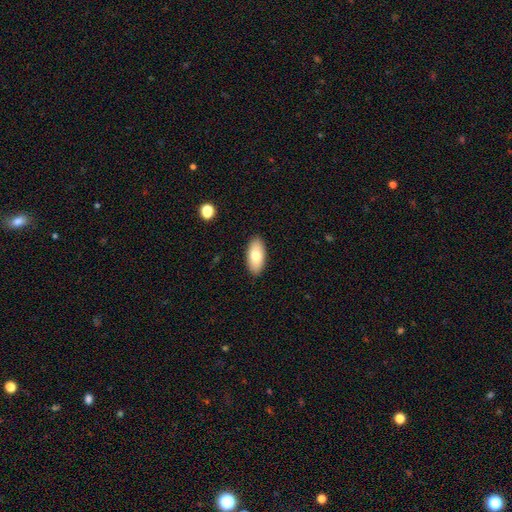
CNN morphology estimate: Smooth or featured?
  - smooth: 76% *
  - featured or disk: 17%
  - star or artifact: 6%
How rounded?
  - in between: 91% *
  - cigar-shaped: 6%
  - round: 2%
Merging?
  - none: 90% *
  - minor disturbance: 7%
  - major disturbance: 2%
  - merger: 1%